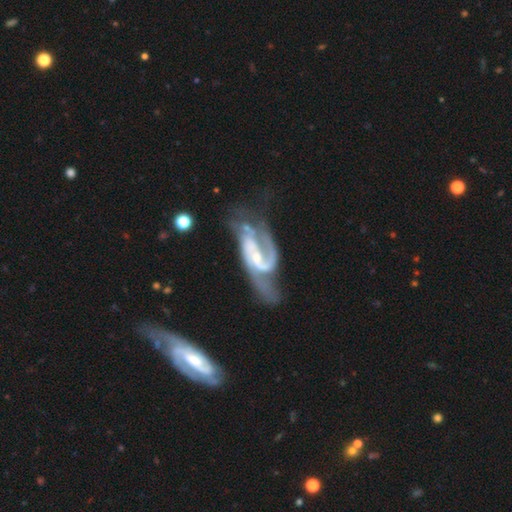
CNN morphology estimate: The model was most divided on "merging": none: 36%, major disturbance: 32%, minor disturbance: 20%, merger: 11%. Remaining: edge-on disk — no (96%); spiral arms — yes (96%); smooth or featured — featured or disk (89%); spiral arm count — 2 (75%); bulge size — small (59%); spiral winding — medium (51%); bar — weak (45%).